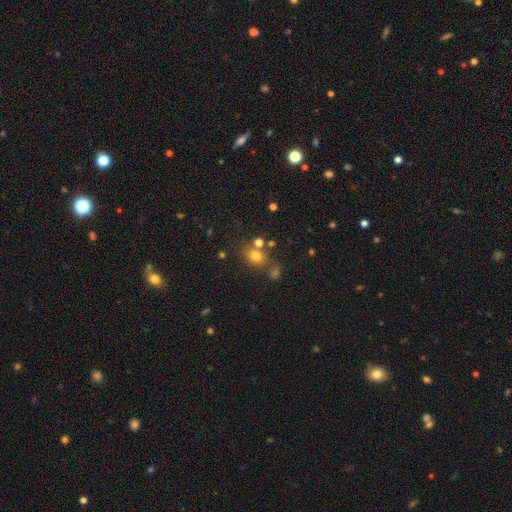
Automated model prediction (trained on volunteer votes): This appears to be a smooth galaxy with no disk features (74%) that is round (55%). Merging: none (67%).